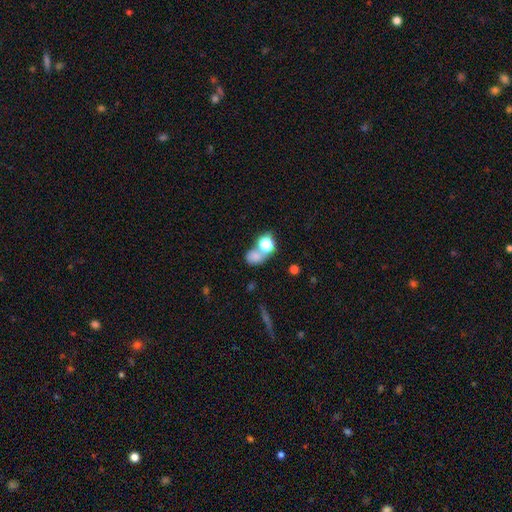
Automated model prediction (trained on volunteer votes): smooth_or_featured: smooth (p=0.69) [alt: star or artifact p=0.19]
how_rounded: round (p=0.54) [alt: in between p=0.44]
merging: merger (p=0.46) [alt: none p=0.36]